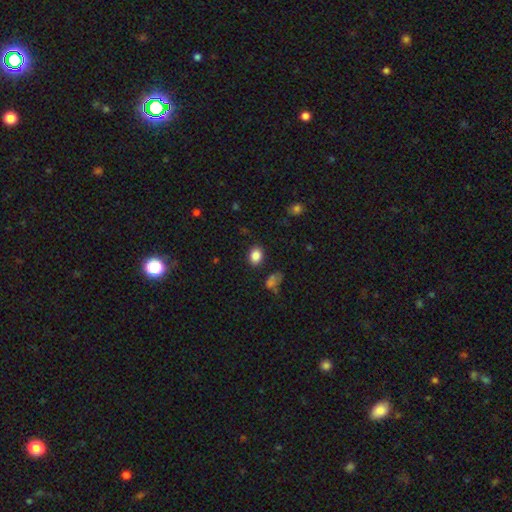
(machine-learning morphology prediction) The model was most divided on "how rounded": in between: 60%, round: 39%, cigar-shaped: 1%. More confident: smooth or featured — smooth (85%); merging — none (84%).